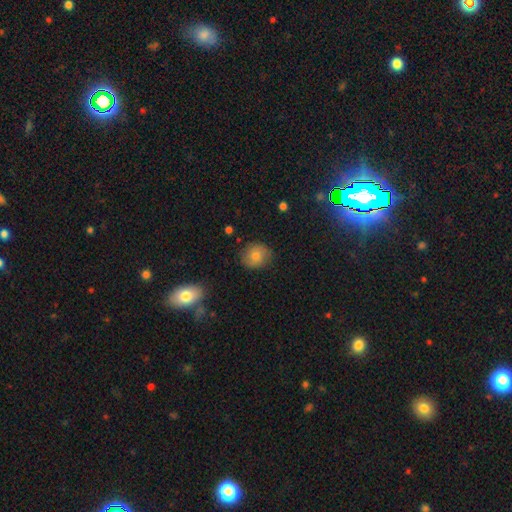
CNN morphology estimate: Smooth or featured? smooth (71%)
How rounded? round (79%)
Merging? none (83%)